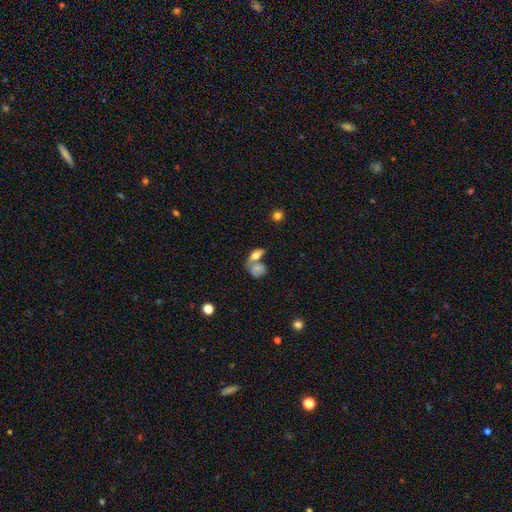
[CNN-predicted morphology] Smooth or featured: smooth — 66% (featured or disk — 25%)
How rounded: in between — 72% (round — 19%)
Merging: merger — 52% (none — 30%)